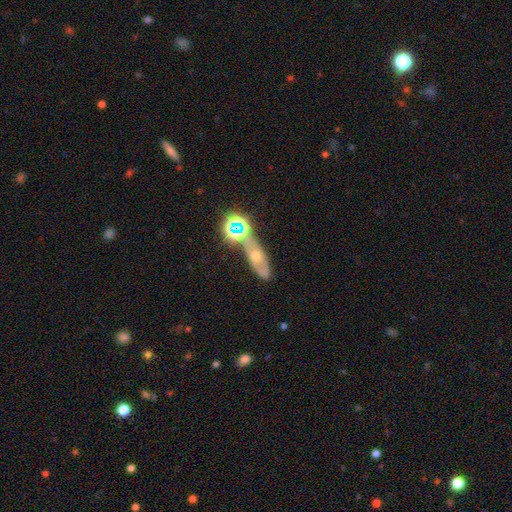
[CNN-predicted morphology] smooth-or-featured: featured or disk: 48% | star or artifact: 28% | smooth: 24%
  merging: none: 63% | minor disturbance: 15% | merger: 14% | major disturbance: 7%